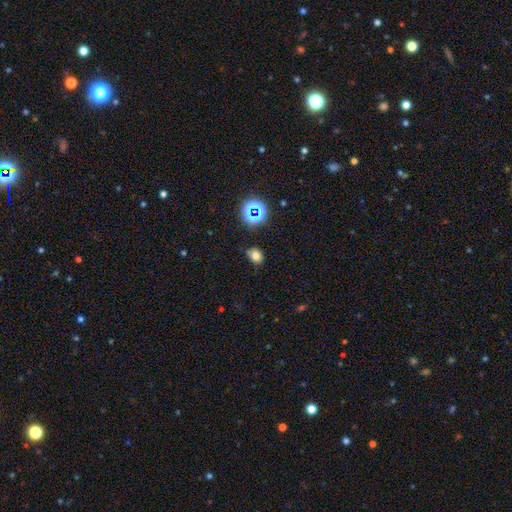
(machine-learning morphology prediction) smooth 74%, star or artifact 18%, featured or disk 8%. Down the decision tree: how rounded — in between (53%); merging — none (73%).